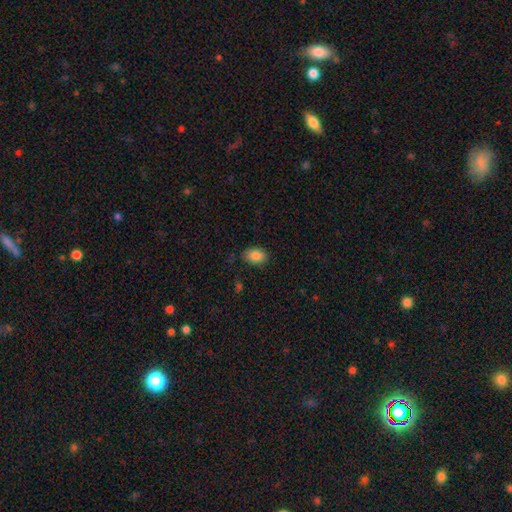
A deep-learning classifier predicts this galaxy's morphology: Smooth or featured: smooth — 86% (star or artifact — 8%)
How rounded: in between — 82% (round — 17%)
Merging: none — 81% (minor disturbance — 14%)